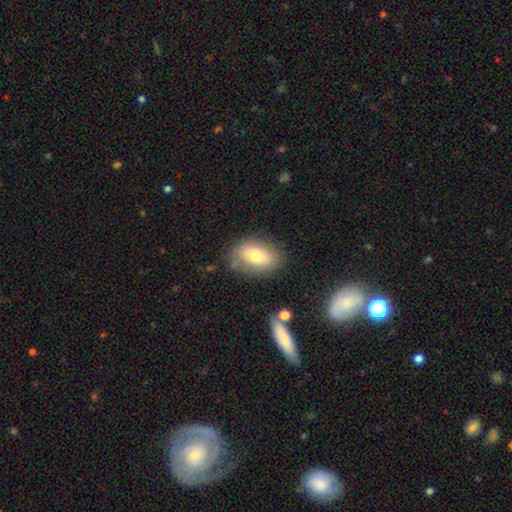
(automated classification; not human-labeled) Smooth or featured?
  - smooth: 71% *
  - featured or disk: 21%
  - star or artifact: 9%
How rounded?
  - in between: 81% *
  - round: 17%
  - cigar-shaped: 2%
Merging?
  - none: 74% *
  - minor disturbance: 17%
  - major disturbance: 5%
  - merger: 3%